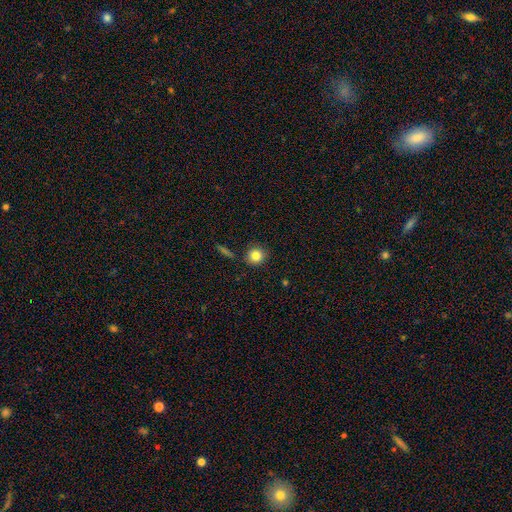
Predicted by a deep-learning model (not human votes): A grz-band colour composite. It shows a smooth galaxy with no disk features (83%) that is round (91%). Merging: none (87%).